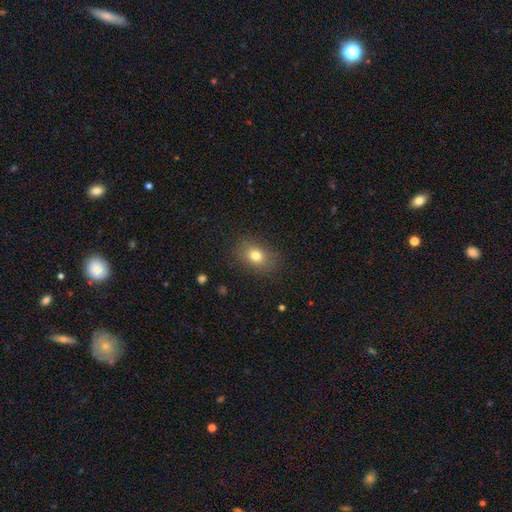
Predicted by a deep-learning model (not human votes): smooth 76%, star or artifact 13%, featured or disk 11%. Down the decision tree: how rounded — in between (65%); merging — none (85%).